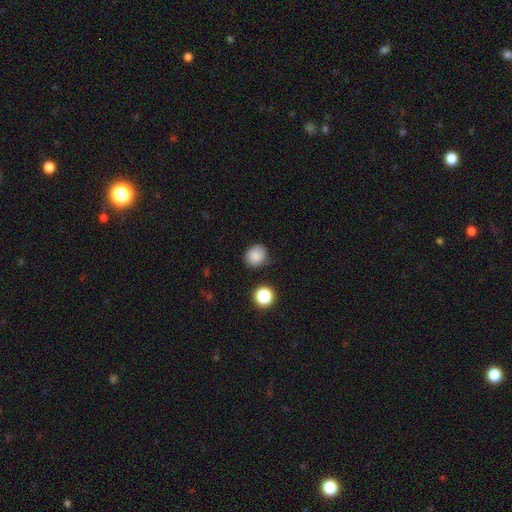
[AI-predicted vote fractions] Morphology: type=smooth (85%); roundness=round (78%); merging=none (81%).